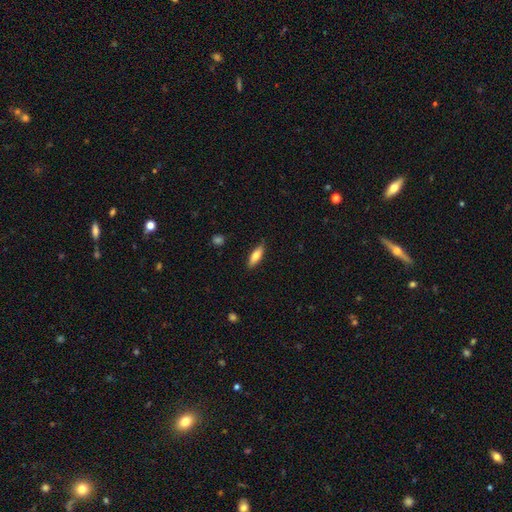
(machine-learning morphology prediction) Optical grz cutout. It shows a smooth galaxy with no disk features (74%) that is in between round and cigar-shaped (54%). Merging: none (86%).